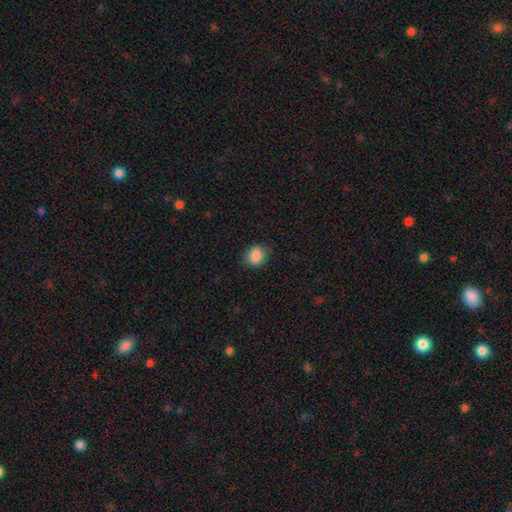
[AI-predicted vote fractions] smooth 87%, star or artifact 8%, featured or disk 5%. Down the decision tree: how rounded — in between (49%, tied with round); merging — none (80%).